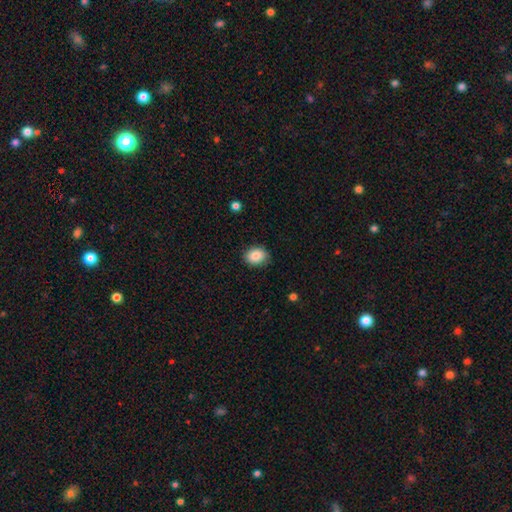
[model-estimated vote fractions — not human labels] A smooth galaxy with no disk features (85%) that is in between round and cigar-shaped (59%).

Vote fractions:
- Smooth or featured? smooth: 85% / star or artifact: 8% / featured or disk: 7%
- How rounded? in between: 59% / round: 40% / cigar-shaped: 1%
- Merging? none: 84% / minor disturbance: 12% / major disturbance: 3% / merger: 1%